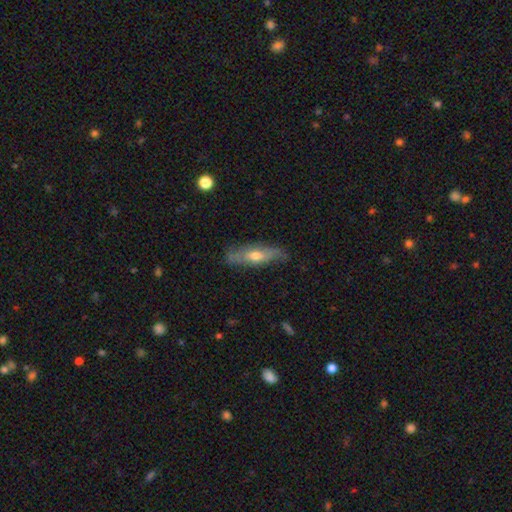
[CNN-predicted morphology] Smooth or featured? smooth (49%)
Merging? none (73%)